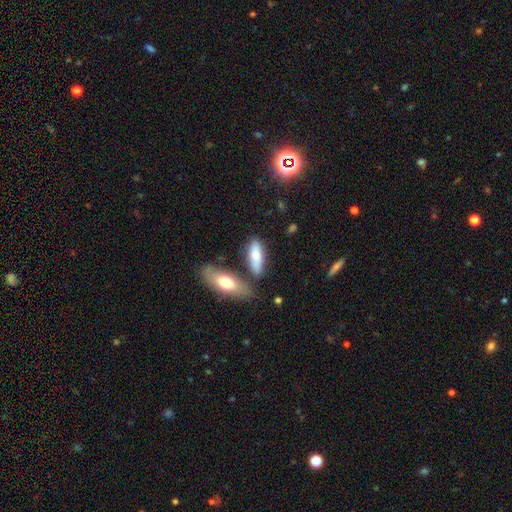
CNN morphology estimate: smooth 72%, featured or disk 22%, star or artifact 7%. Down the decision tree: how rounded — in between (65%); merging — none (68%).